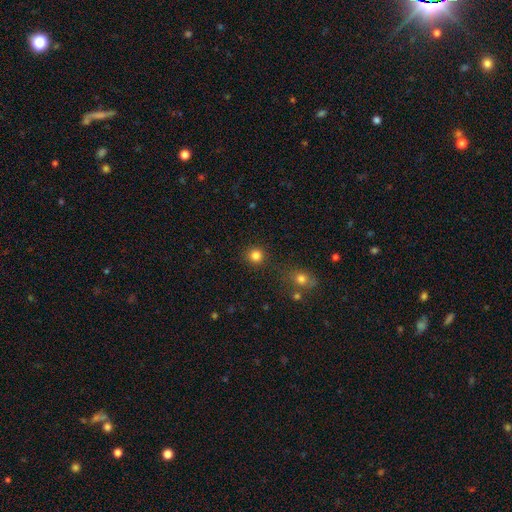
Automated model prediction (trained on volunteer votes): A smooth galaxy with no disk features (83%) that is round (94%). Merging: none (88%).